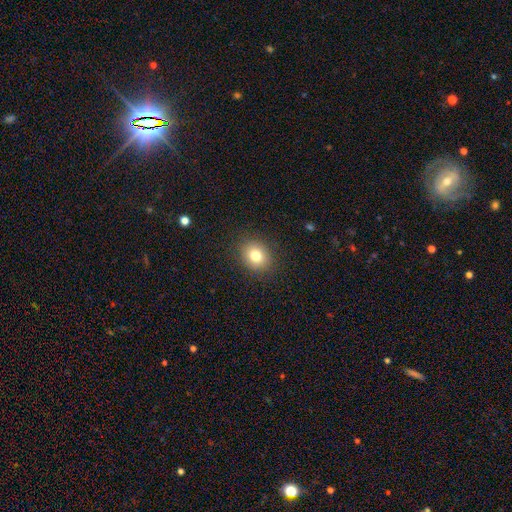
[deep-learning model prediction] Smooth or featured? smooth (79%)
How rounded? round (64%)
Merging? none (89%)